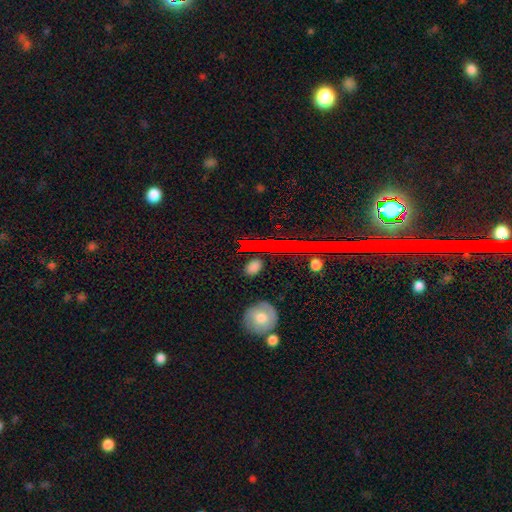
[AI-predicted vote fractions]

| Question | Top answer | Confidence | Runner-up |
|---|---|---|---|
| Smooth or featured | star or artifact | 51% | featured or disk (28%) |